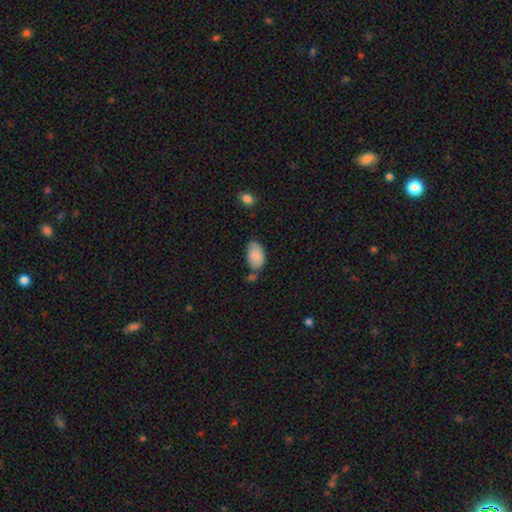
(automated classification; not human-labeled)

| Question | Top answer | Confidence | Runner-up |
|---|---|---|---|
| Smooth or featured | smooth | 86% | featured or disk (7%) |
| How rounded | in between | 94% | round (5%) |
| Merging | none | 55% | minor disturbance (27%) |